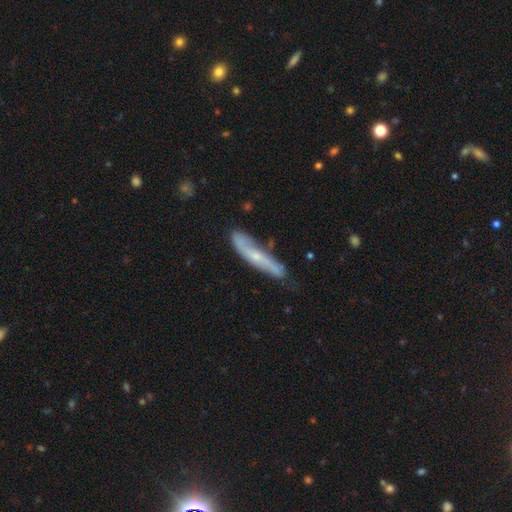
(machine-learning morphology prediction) smooth_or_featured: featured or disk (p=0.61) [alt: smooth p=0.32]
disk_edge_on: yes (p=0.53) [alt: no p=0.47]
merging: none (p=0.61) [alt: minor disturbance p=0.28]